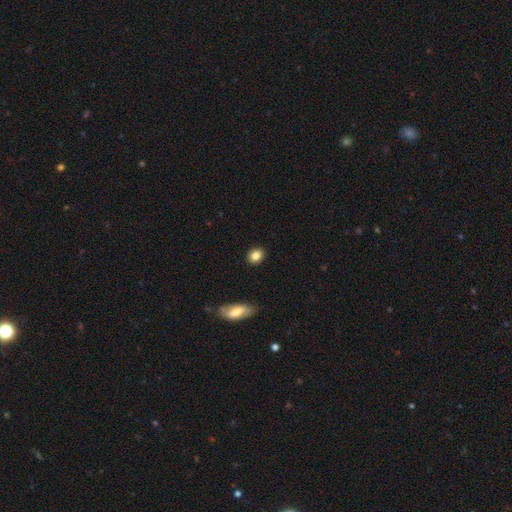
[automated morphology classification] smooth-or-featured: smooth: 84% | star or artifact: 9% | featured or disk: 7%
  how-rounded: round: 57% | in between: 41% | cigar-shaped: 2%
  merging: none: 89% | minor disturbance: 8% | major disturbance: 2% | merger: 1%